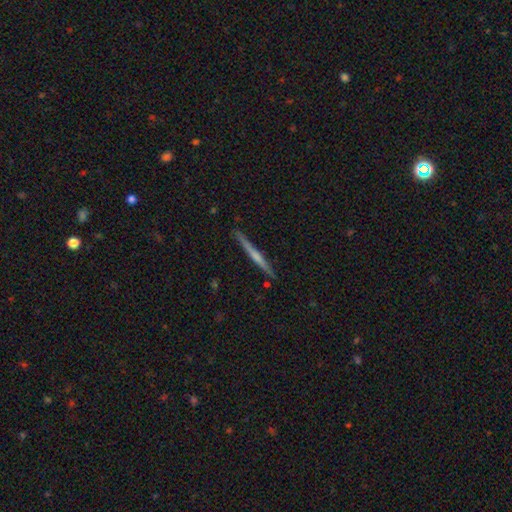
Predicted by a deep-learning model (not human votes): Smooth or featured? Predicted: featured or disk (p=0.56). Edge-on disk? Predicted: yes (p=0.98). Edge-on bulge? Predicted: none (p=0.59). Merging? Predicted: none (p=0.89).